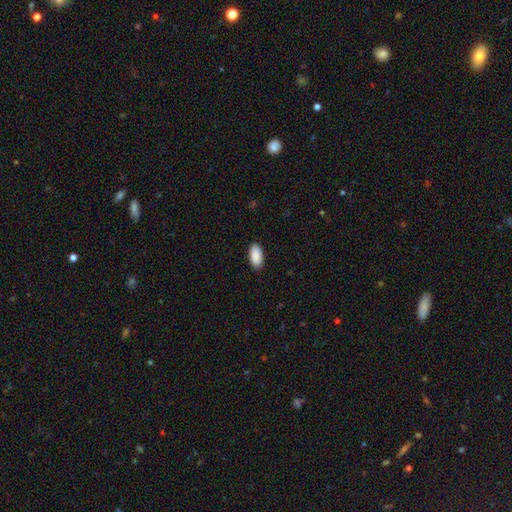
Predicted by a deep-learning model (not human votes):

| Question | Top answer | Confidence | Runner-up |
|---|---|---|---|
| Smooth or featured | smooth | 91% | star or artifact (6%) |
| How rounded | in between | 95% | cigar-shaped (3%) |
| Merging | none | 90% | minor disturbance (7%) |